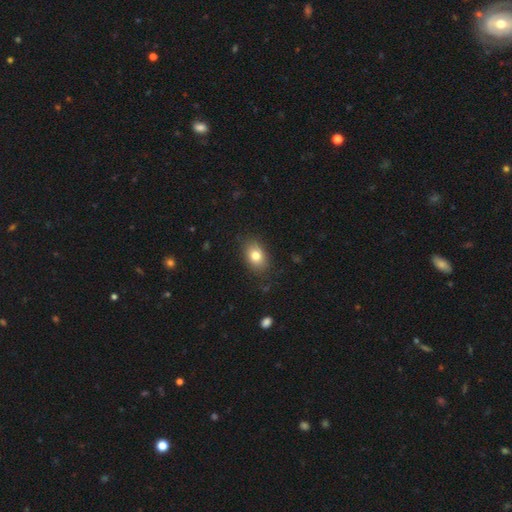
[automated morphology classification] The model was most divided on "how rounded": in between: 79%, round: 19%, cigar-shaped: 1%. More confident: merging — none (84%); smooth or featured — smooth (80%).